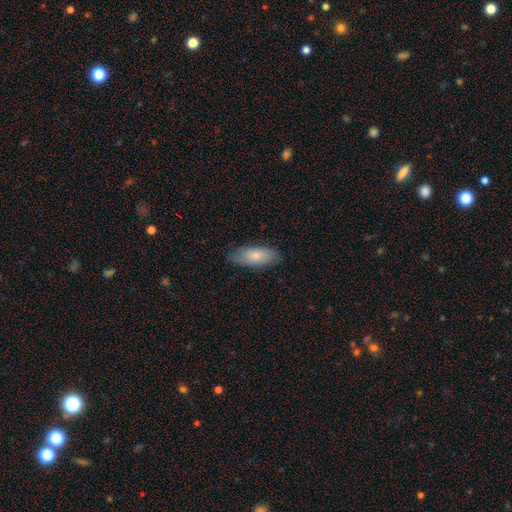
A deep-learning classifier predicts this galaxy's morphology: The model was most divided on "how rounded": in between: 78%, cigar-shaped: 19%, round: 2%. More confident: merging — none (83%); smooth or featured — smooth (77%).